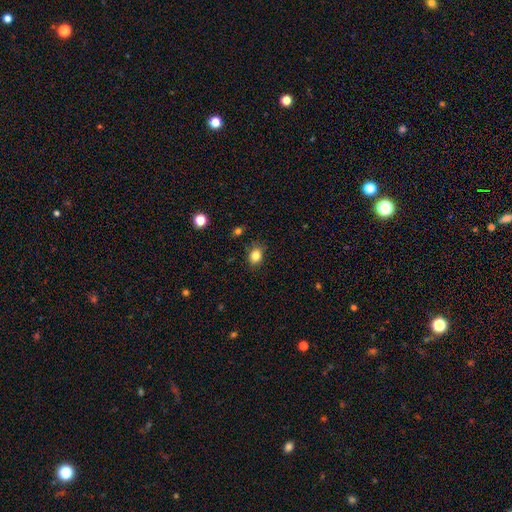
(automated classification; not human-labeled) A smooth galaxy with no disk features (84%) that is in between round and cigar-shaped (57%).

Vote fractions:
- Smooth or featured? smooth: 84% / star or artifact: 11% / featured or disk: 6%
- How rounded? in between: 57% / round: 42% / cigar-shaped: 1%
- Merging? none: 83% / minor disturbance: 12% / major disturbance: 3% / merger: 2%